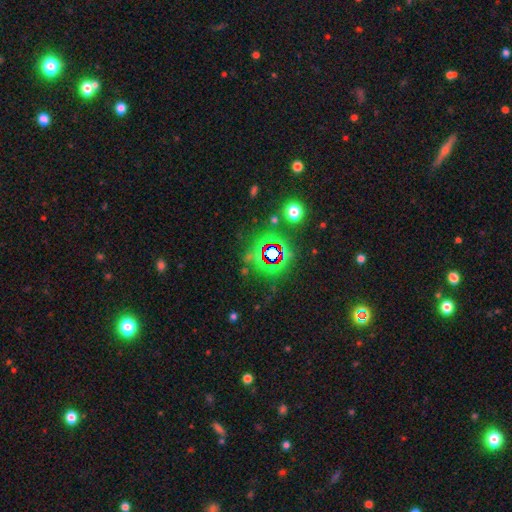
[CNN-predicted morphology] The model was most divided on "smooth or featured": star or artifact: 56%, featured or disk: 27%, smooth: 17%.